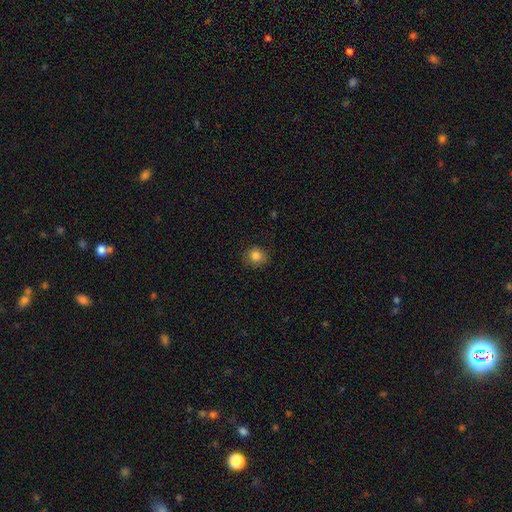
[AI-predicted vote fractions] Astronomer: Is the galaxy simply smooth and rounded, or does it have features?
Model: smooth — 83%.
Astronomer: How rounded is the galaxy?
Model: round — 83%.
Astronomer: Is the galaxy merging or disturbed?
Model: none — 82%.